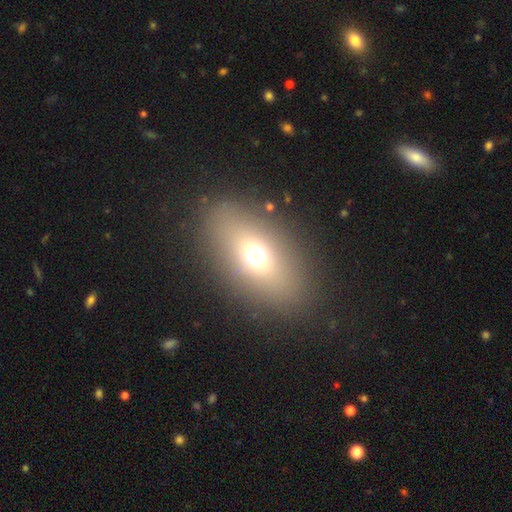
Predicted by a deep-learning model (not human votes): Smooth or featured? Predicted: smooth (p=0.64). How rounded? Predicted: in between (p=0.77). Merging? Predicted: none (p=0.84).